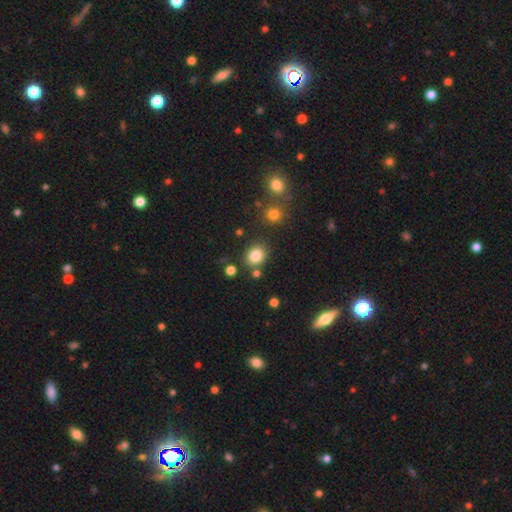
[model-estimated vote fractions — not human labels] Overall: smooth (83%). How rounded: round (62%; in between 37%). Merging: none (78%).